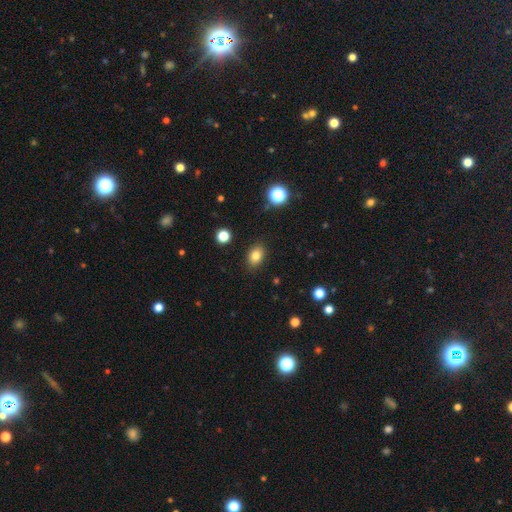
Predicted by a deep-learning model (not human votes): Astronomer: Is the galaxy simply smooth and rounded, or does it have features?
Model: smooth — 82%.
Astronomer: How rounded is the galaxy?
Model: in between — 74%.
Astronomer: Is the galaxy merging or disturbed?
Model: none — 88%.